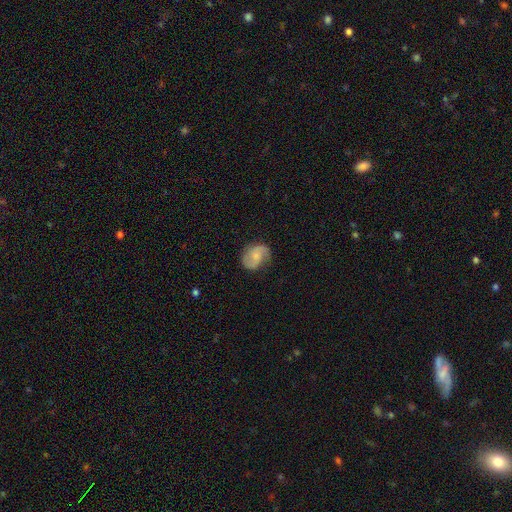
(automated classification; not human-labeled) smooth_or_featured: featured or disk (p=0.70) [alt: smooth p=0.23]
disk_edge_on: no (p=0.98) [alt: yes p=0.02]
bar: no (p=0.59) [alt: weak p=0.36]
has_spiral_arms: yes (p=0.94) [alt: no p=0.06]
spiral_winding: medium (p=0.49) [alt: loose p=0.31]
spiral_arm_count: 2 (p=0.89) [alt: can't tell p=0.05]
bulge_size: small (p=0.52) [alt: moderate p=0.29]
merging: none (p=0.75) [alt: minor disturbance p=0.18]